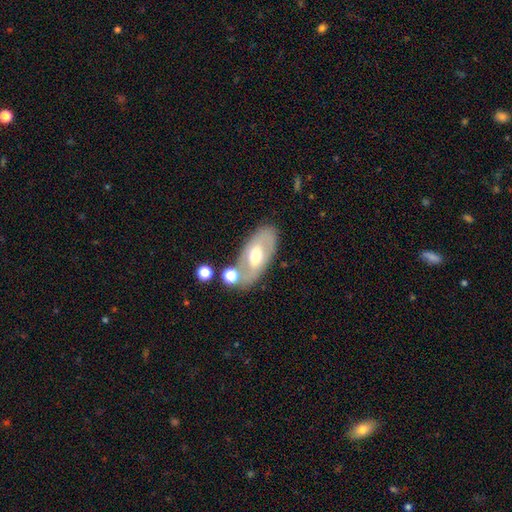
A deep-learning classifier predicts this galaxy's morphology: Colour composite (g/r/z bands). It shows a featured or disk galaxy (52%). Merging: none (67%).